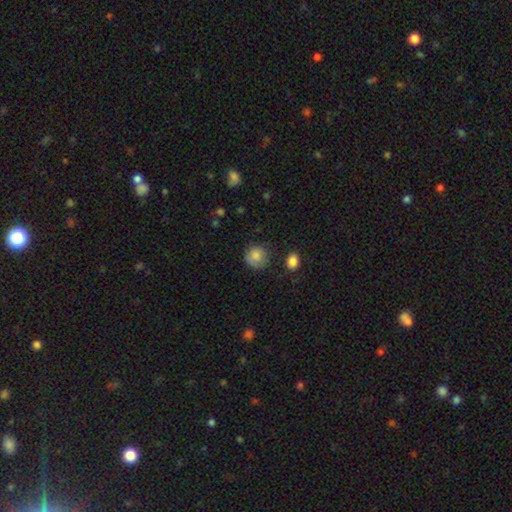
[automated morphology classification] smooth_or_featured: smooth (p=0.83) [alt: star or artifact p=0.09]
how_rounded: round (p=0.87) [alt: in between p=0.12]
merging: none (p=0.71) [alt: minor disturbance p=0.21]